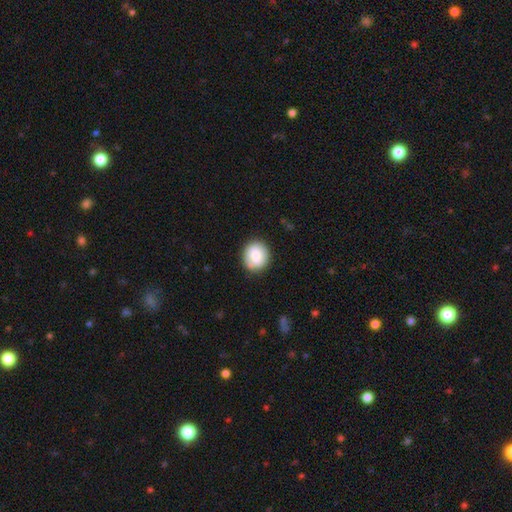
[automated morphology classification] Smooth or featured?
  - smooth: 78% *
  - featured or disk: 15%
  - star or artifact: 7%
How rounded?
  - round: 80% *
  - in between: 19%
  - cigar-shaped: 1%
Merging?
  - none: 83% *
  - minor disturbance: 12%
  - major disturbance: 3%
  - merger: 2%